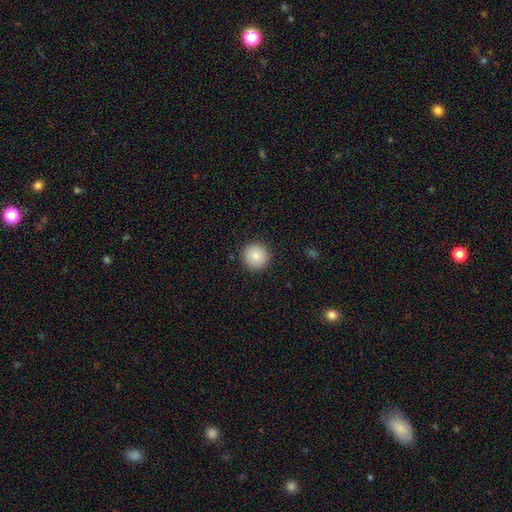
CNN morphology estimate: smooth-or-featured: smooth: 85% | star or artifact: 9% | featured or disk: 7%
  how-rounded: round: 95% | in between: 4% | cigar-shaped: 1%
  merging: none: 92% | minor disturbance: 5% | major disturbance: 2% | merger: 1%